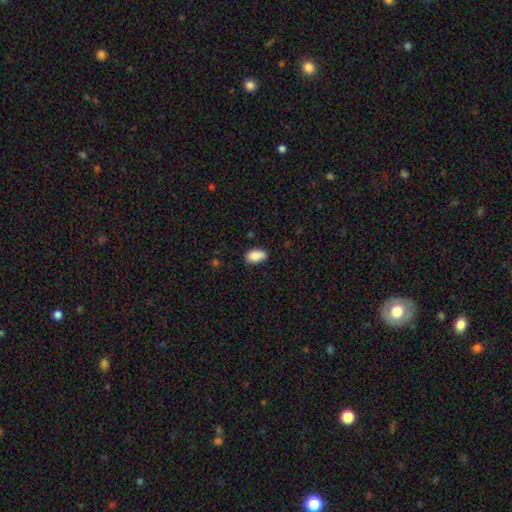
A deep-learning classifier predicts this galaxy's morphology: smooth-or-featured: smooth: 89% | star or artifact: 7% | featured or disk: 4%
  how-rounded: in between: 92% | round: 6% | cigar-shaped: 2%
  merging: none: 76% | minor disturbance: 19% | major disturbance: 3% | merger: 1%